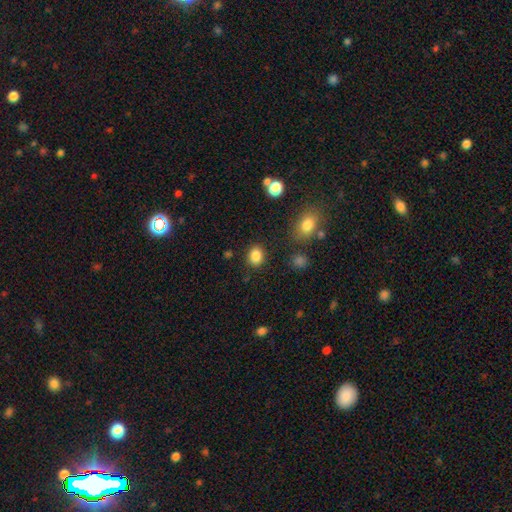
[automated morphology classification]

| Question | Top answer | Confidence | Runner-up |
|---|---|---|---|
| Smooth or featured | smooth | 85% | star or artifact (10%) |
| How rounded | in between | 53% | round (46%) |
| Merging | none | 85% | minor disturbance (9%) |